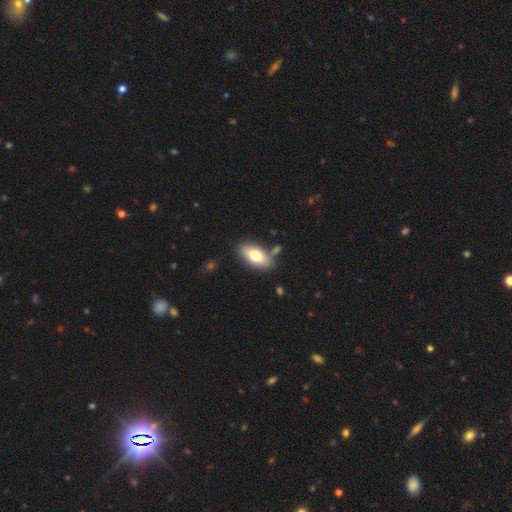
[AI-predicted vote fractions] This appears to be a smooth galaxy with no disk features (77%) that is in between round and cigar-shaped (93%). Merging: none (74%).